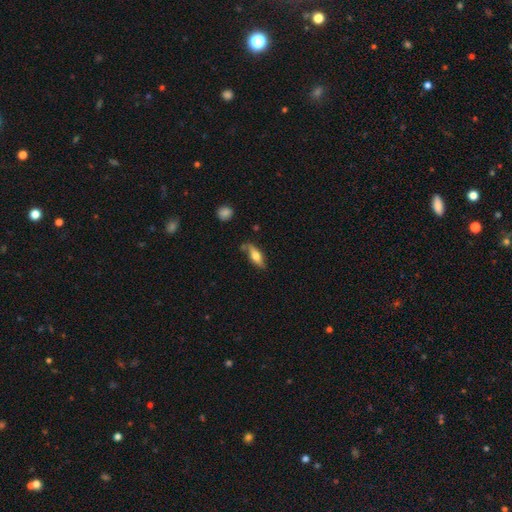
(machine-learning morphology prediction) type=smooth (59%); roundness=in between (57%); merging=none (67%).